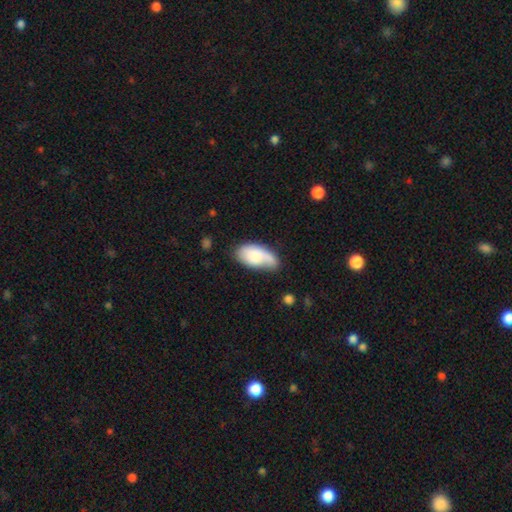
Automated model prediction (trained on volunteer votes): This appears to be a smooth galaxy with no disk features (73%) that is in between round and cigar-shaped (94%). Merging: none (42%).